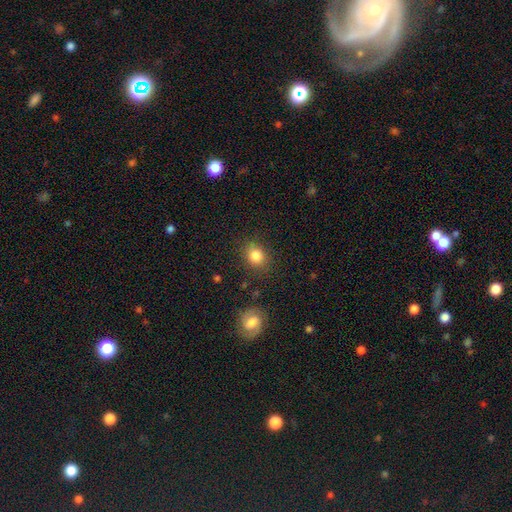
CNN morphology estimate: Smooth or featured?
  - smooth: 84% *
  - star or artifact: 10%
  - featured or disk: 6%
How rounded?
  - round: 56% *
  - in between: 43%
  - cigar-shaped: 1%
Merging?
  - none: 82% *
  - minor disturbance: 12%
  - major disturbance: 4%
  - merger: 2%